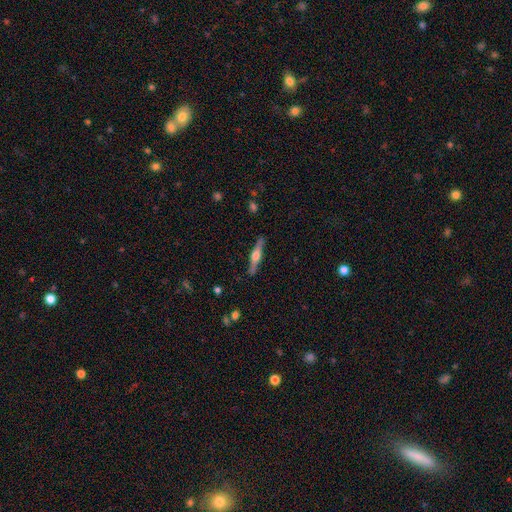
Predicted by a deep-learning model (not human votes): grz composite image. It shows a featured or disk galaxy (70%) viewed edge-on (97%) with a rounded central bulge (91%). Merging: none (89%).